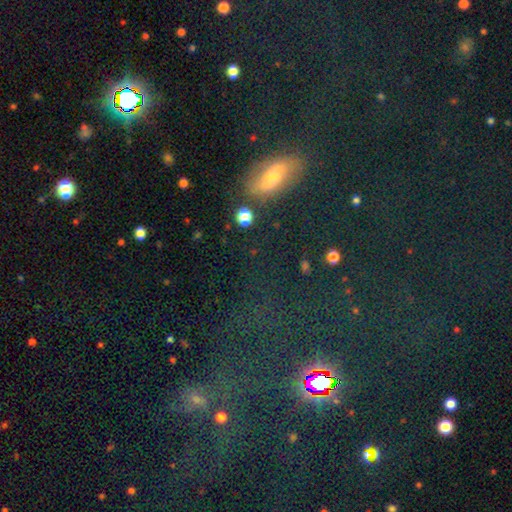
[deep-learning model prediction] Q: Smooth or featured?
A: smooth (42%); runner-up: star or artifact (37%)
Q: Merging?
A: none (73%); runner-up: minor disturbance (14%)